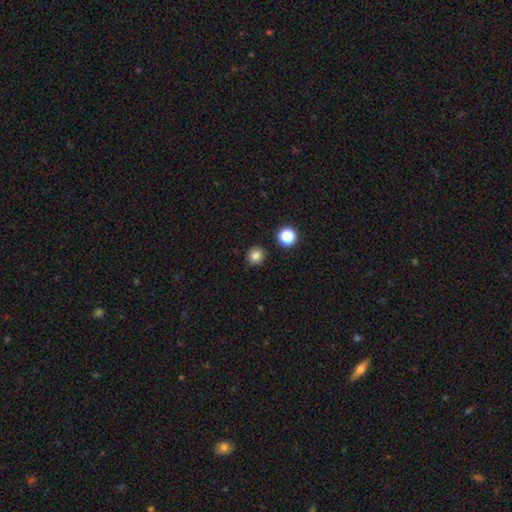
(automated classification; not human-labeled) Morphology: type=smooth (82%); roundness=round (91%); merging=none (90%).